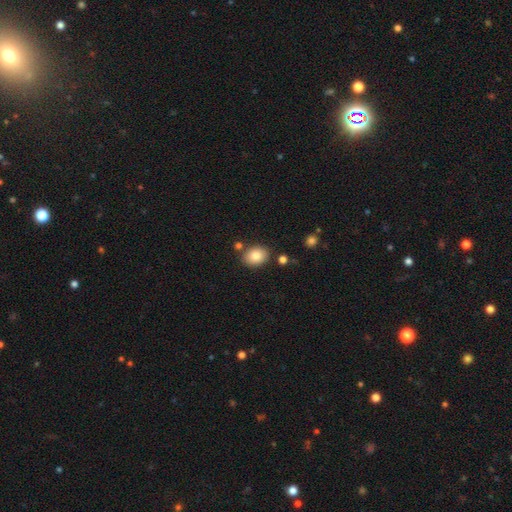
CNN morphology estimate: type=smooth (84%); roundness=in between (66%); merging=none (81%).